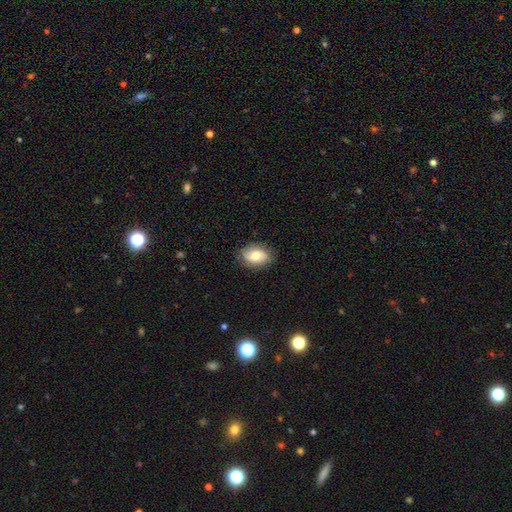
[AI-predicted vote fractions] Smooth or featured?
  - smooth: 67% *
  - featured or disk: 25%
  - star or artifact: 8%
How rounded?
  - in between: 80% *
  - round: 18%
  - cigar-shaped: 2%
Merging?
  - none: 81% *
  - minor disturbance: 15%
  - major disturbance: 4%
  - merger: 1%